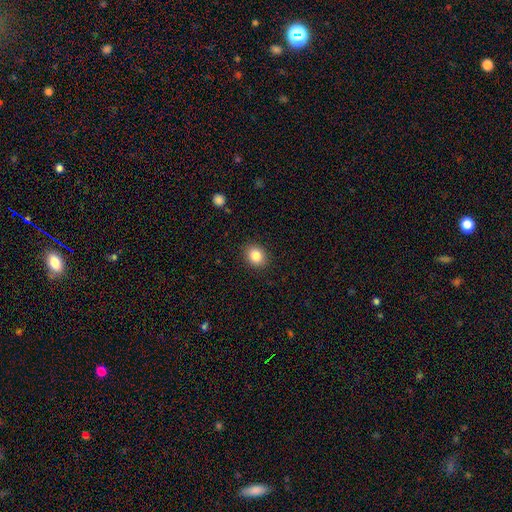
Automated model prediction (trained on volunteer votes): smooth_or_featured: smooth (p=0.85) [alt: star or artifact p=0.09]
how_rounded: round (p=0.56) [alt: in between p=0.43]
merging: none (p=0.90) [alt: minor disturbance p=0.07]